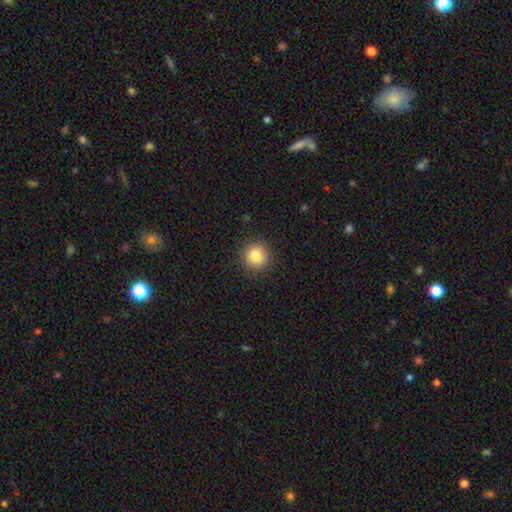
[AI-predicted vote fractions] This appears to be a smooth galaxy with no disk features (83%) that is round (93%). Merging: none (90%).